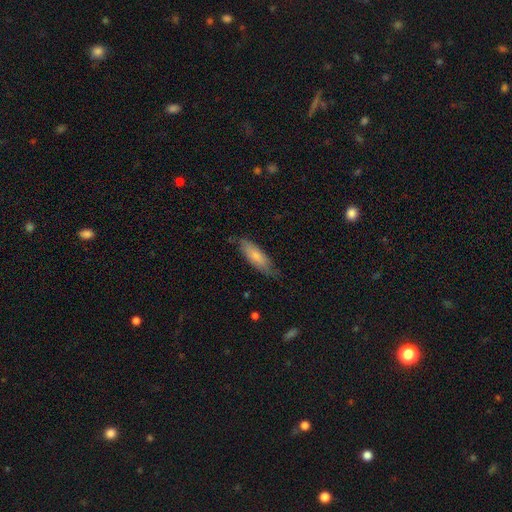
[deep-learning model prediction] Smooth or featured? smooth (70%)
How rounded? in between (55%)
Merging? none (70%)